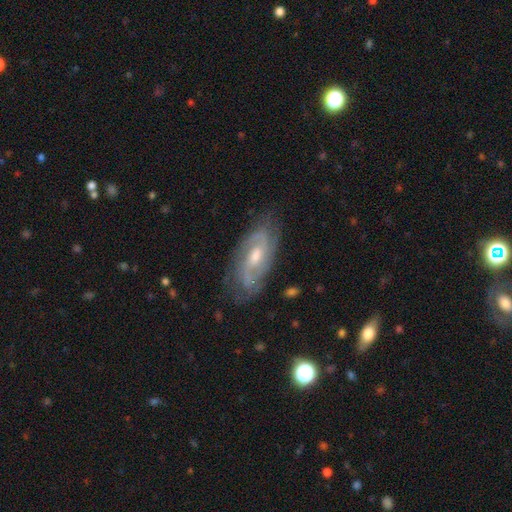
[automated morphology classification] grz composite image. It shows a featured or disk galaxy (85%) with a weak bar (47%), 2 (67%) medium (45%) spiral arms (95%) and a moderate central bulge (63%). Merging: none (75%).